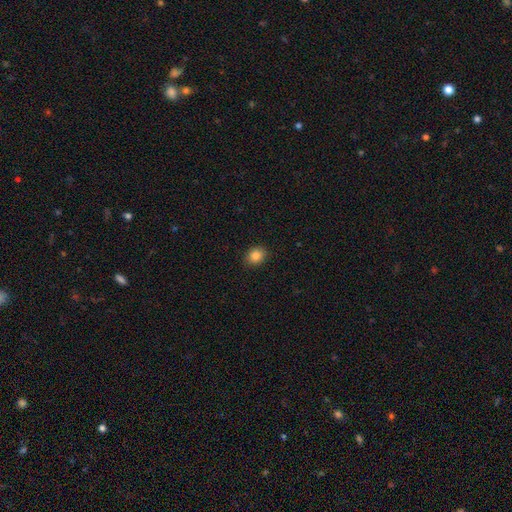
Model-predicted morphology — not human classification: smooth_or_featured: smooth (p=0.85) [alt: star or artifact p=0.10]
how_rounded: round (p=0.59) [alt: in between p=0.40]
merging: none (p=0.89) [alt: minor disturbance p=0.08]